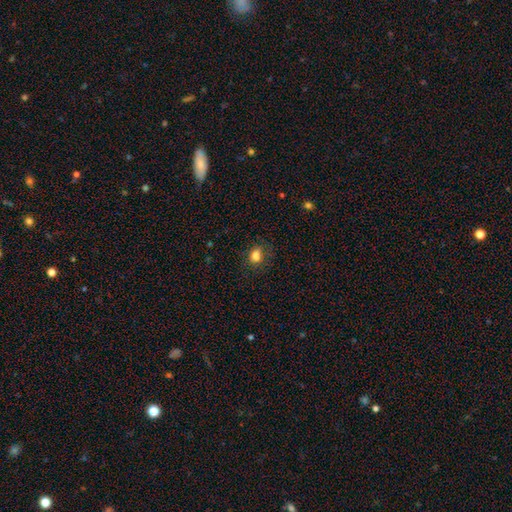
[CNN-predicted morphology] Smooth or featured? Predicted: smooth (p=0.83). How rounded? Predicted: in between (p=0.58). Merging? Predicted: none (p=0.74).